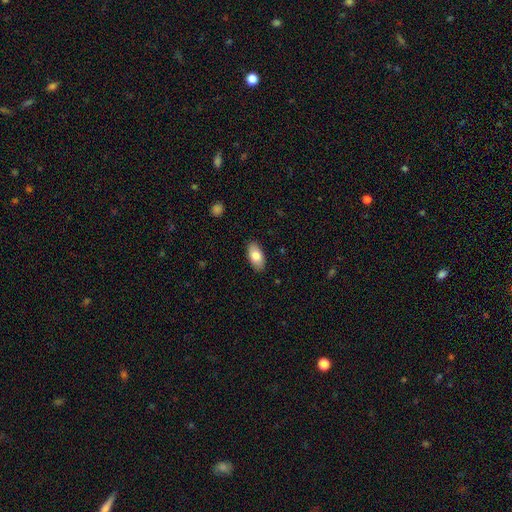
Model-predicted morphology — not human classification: type=smooth (81%); roundness=in between (94%); merging=none (88%).